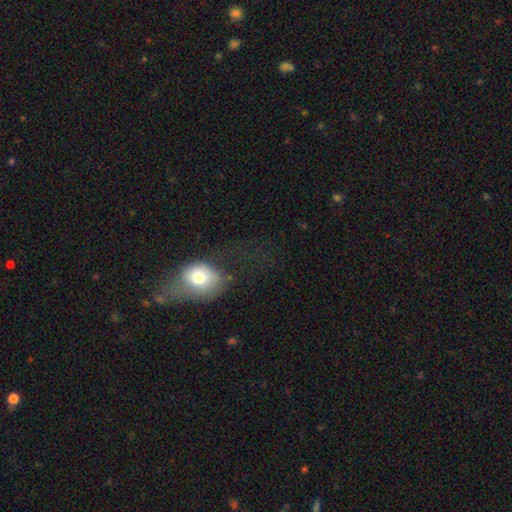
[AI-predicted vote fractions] Morphology: type=smooth (55%); roundness=in between (53%); merging=major disturbance (43%).